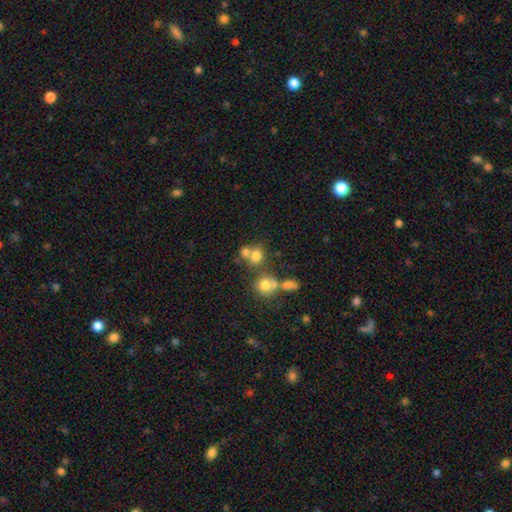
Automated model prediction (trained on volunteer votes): Smooth or featured? Predicted: smooth (p=0.72). How rounded? Predicted: round (p=0.71). Merging? Predicted: none (p=0.45).